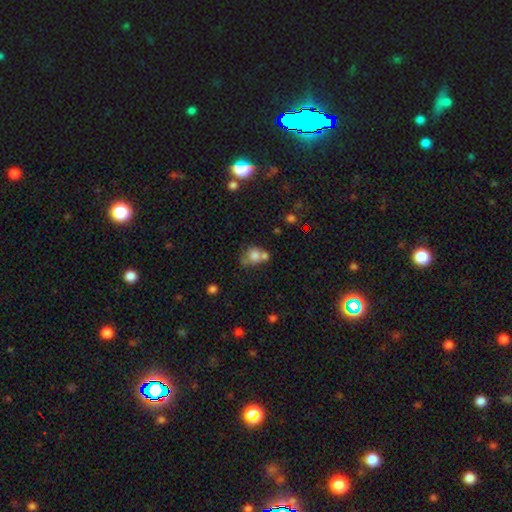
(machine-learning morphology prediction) Overall: smooth (74%). How rounded: round (74%). Merging: merger (45%; none 37%).